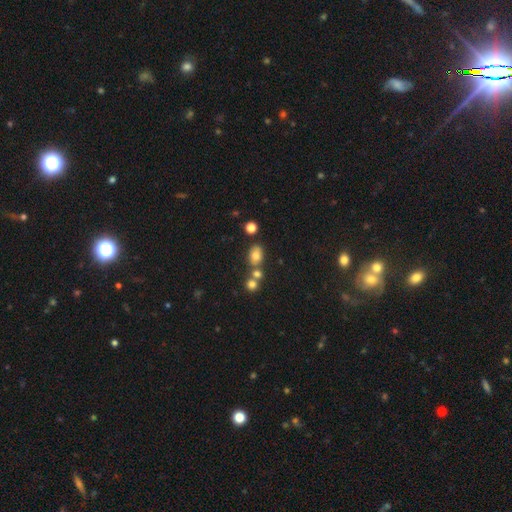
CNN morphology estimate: Q: Smooth or featured?
A: smooth (75%); runner-up: star or artifact (14%)
Q: How rounded?
A: in between (73%); runner-up: round (26%)
Q: Merging?
A: none (59%); runner-up: merger (24%)